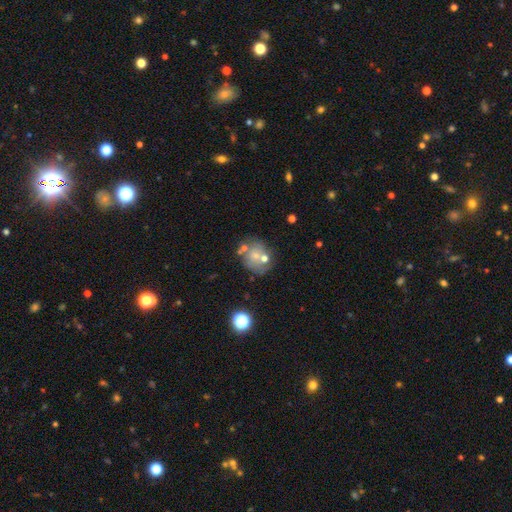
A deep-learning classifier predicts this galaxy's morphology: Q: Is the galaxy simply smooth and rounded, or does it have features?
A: smooth — 54%.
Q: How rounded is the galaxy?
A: round — 73%.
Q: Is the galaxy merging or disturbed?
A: none — 54%.